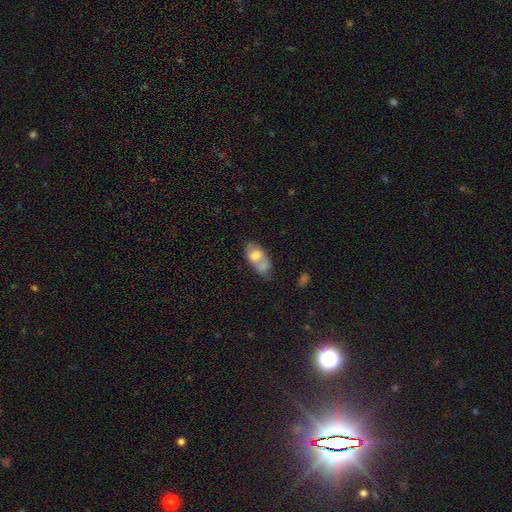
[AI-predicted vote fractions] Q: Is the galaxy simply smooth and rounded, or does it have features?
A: smooth — 66%.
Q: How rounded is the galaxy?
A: in between — 85%.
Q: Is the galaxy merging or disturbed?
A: merger — 41%.